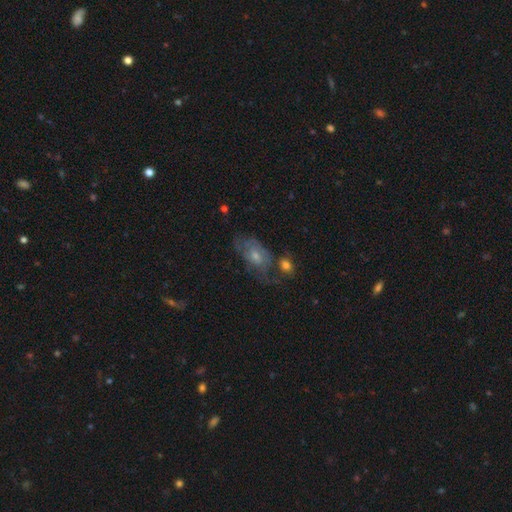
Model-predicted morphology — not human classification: A featured or disk galaxy (50%). Merging: none (38%).